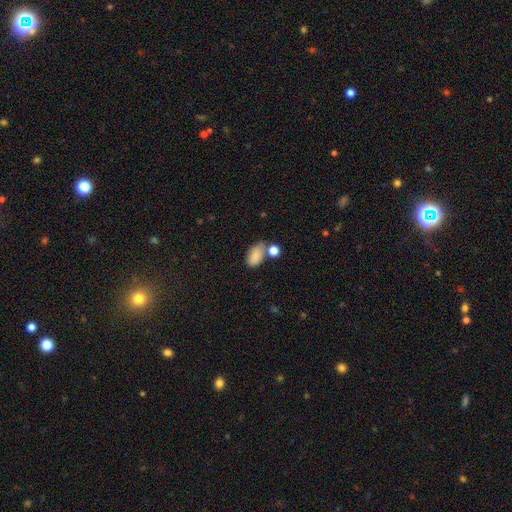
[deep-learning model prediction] smooth-or-featured: smooth: 84% | star or artifact: 9% | featured or disk: 7%
  how-rounded: in between: 90% | round: 8% | cigar-shaped: 2%
  merging: none: 50% | merger: 23% | minor disturbance: 20% | major disturbance: 7%